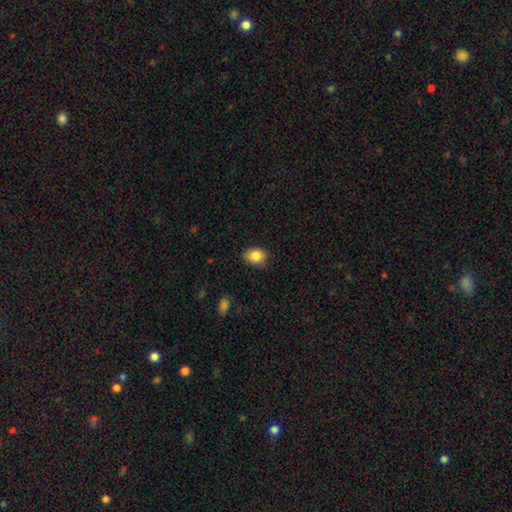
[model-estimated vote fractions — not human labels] A smooth galaxy with no disk features (85%) that is in between round and cigar-shaped (60%).

Vote fractions:
- Smooth or featured? smooth: 85% / star or artifact: 9% / featured or disk: 6%
- How rounded? in between: 60% / round: 39% / cigar-shaped: 1%
- Merging? none: 84% / minor disturbance: 12% / major disturbance: 2% / merger: 1%